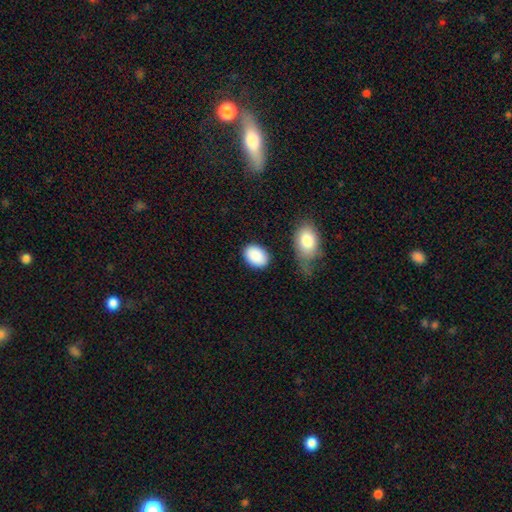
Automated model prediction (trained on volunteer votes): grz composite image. It shows a smooth galaxy with no disk features (90%) that is in between round and cigar-shaped (81%). Merging: none (78%).